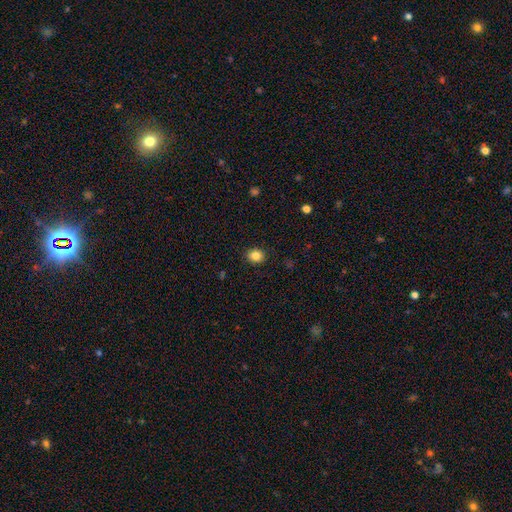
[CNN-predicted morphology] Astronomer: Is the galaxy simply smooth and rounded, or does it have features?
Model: smooth — 85%.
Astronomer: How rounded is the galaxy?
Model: round — 63%.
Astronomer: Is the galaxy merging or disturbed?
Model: none — 89%.